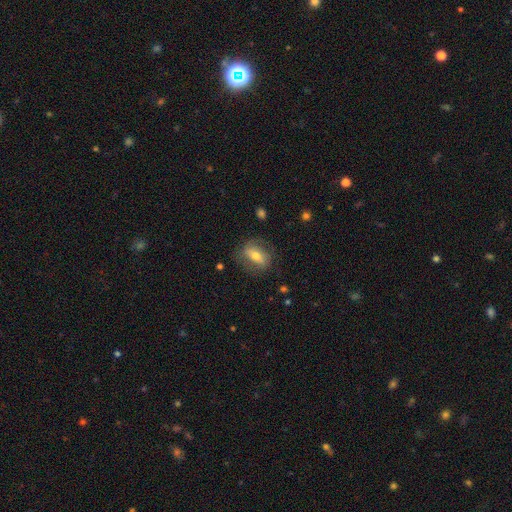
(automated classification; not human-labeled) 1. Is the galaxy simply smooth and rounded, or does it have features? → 47% smooth, 46% featured or disk, 8% star or artifact.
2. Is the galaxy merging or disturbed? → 73% none, 18% minor disturbance, 8% major disturbance, 1% merger.